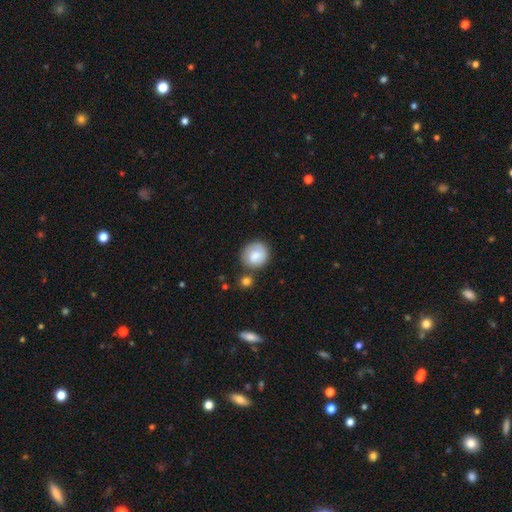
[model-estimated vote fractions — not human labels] Smooth or featured? smooth (75%)
How rounded? round (85%)
Merging? none (69%)